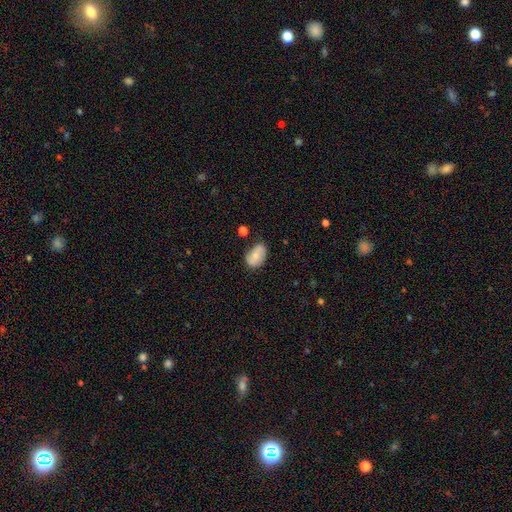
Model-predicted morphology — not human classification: smooth 62%, featured or disk 31%, star or artifact 8%. Down the decision tree: how rounded — in between (87%); merging — none (67%).